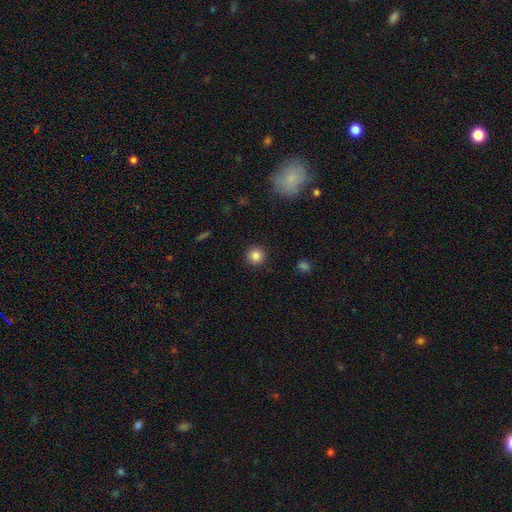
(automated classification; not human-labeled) Q: Smooth or featured?
A: smooth (85%); runner-up: star or artifact (11%)
Q: How rounded?
A: round (94%); runner-up: in between (5%)
Q: Merging?
A: none (91%); runner-up: minor disturbance (6%)